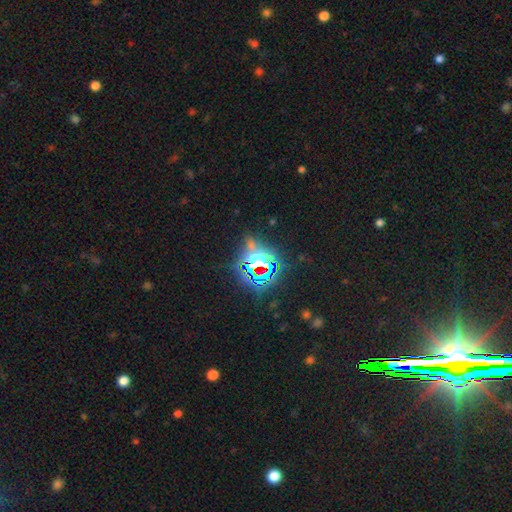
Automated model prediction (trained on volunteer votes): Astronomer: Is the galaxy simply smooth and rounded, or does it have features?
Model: star or artifact — 83%.